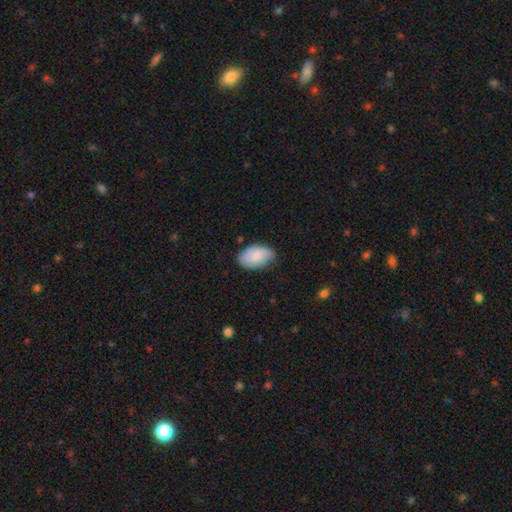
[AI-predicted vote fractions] Overall: smooth (77%). How rounded: in between (92%). Merging: none (77%).